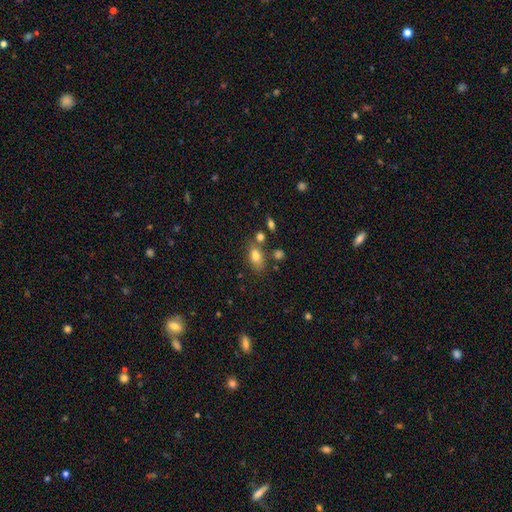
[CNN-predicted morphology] smooth_or_featured: smooth (p=0.77) [alt: featured or disk p=0.12]
how_rounded: in between (p=0.84) [alt: round p=0.11]
merging: none (p=0.60) [alt: minor disturbance p=0.17]